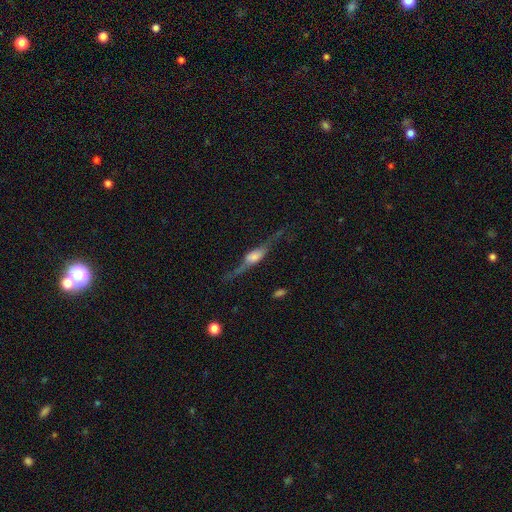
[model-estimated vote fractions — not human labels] smooth-or-featured: featured or disk: 83% | smooth: 10% | star or artifact: 7%
  disk-edge-on: yes: 91% | no: 9%
    edge-on-bulge: rounded: 76% | boxy: 20% | none: 4%
  merging: none: 74% | minor disturbance: 16% | major disturbance: 8% | merger: 2%